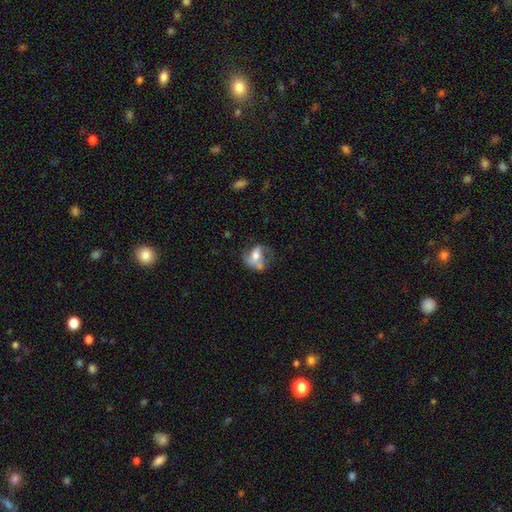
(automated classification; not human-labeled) smooth_or_featured: featured or disk (p=0.52) [alt: smooth p=0.40]
disk_edge_on: no (p=0.94) [alt: yes p=0.06]
merging: none (p=0.39) [alt: minor disturbance p=0.26]